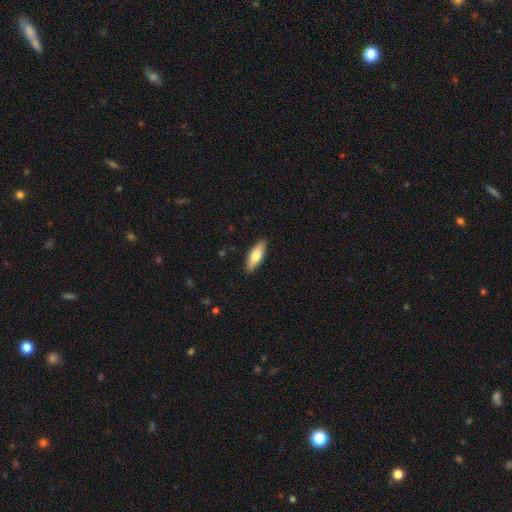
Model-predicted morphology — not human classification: Q: Smooth or featured?
A: smooth (70%); runner-up: featured or disk (24%)
Q: How rounded?
A: in between (56%); runner-up: cigar-shaped (42%)
Q: Merging?
A: none (90%); runner-up: minor disturbance (8%)